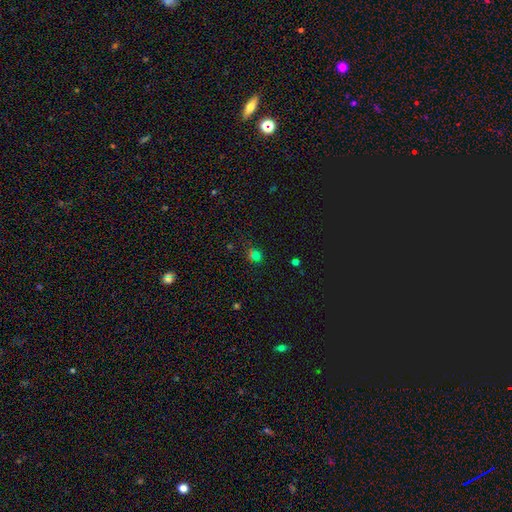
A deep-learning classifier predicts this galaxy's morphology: smooth-or-featured: smooth: 55% | star or artifact: 37% | featured or disk: 9%
  how-rounded: round: 80% | in between: 18% | cigar-shaped: 1%
  merging: none: 63% | merger: 20% | minor disturbance: 12% | major disturbance: 5%